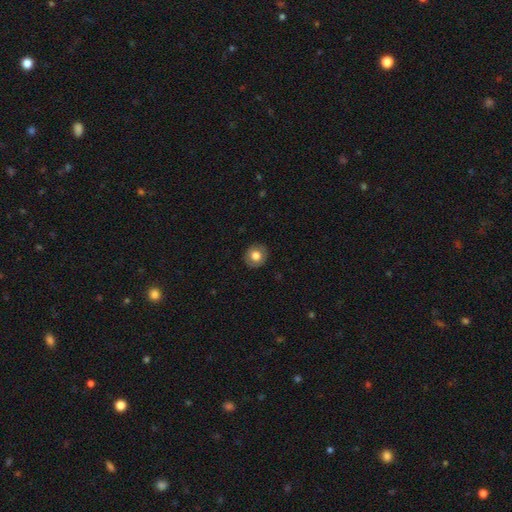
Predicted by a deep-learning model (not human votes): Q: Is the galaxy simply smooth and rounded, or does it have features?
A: smooth — 74%.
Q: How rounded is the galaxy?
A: round — 88%.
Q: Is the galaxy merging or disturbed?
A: none — 90%.